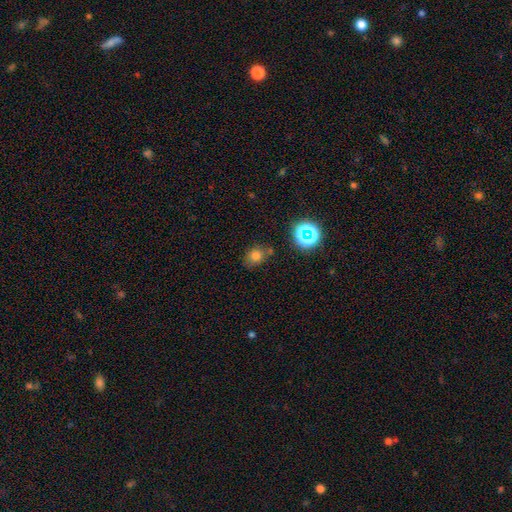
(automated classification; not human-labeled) smooth_or_featured: smooth (p=0.72) [alt: star or artifact p=0.19]
how_rounded: round (p=0.63) [alt: in between p=0.36]
merging: none (p=0.69) [alt: minor disturbance p=0.17]